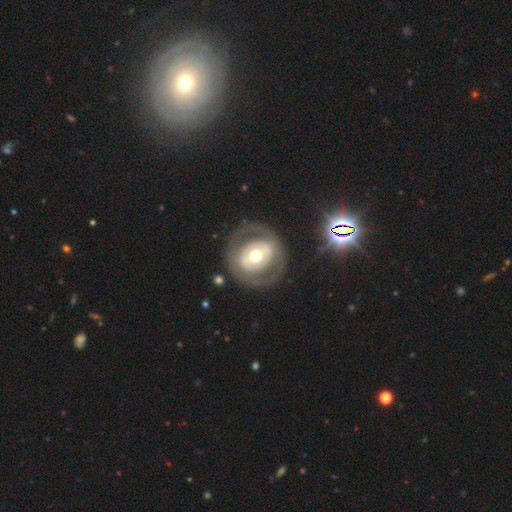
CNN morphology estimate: Smooth or featured? Predicted: featured or disk (p=0.59). Edge-on disk? Predicted: no (p=0.95). Bar? Predicted: no (p=0.58). Spiral arms? Predicted: no (p=0.80). Bulge size? Predicted: moderate (p=0.67). Merging? Predicted: none (p=0.77).